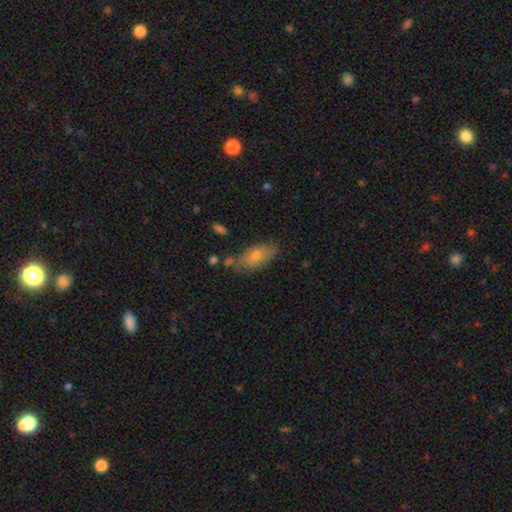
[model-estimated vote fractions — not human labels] The model was most divided on "smooth or featured": smooth: 67%, featured or disk: 25%, star or artifact: 9%. More confident: how rounded — in between (86%); merging — none (68%).